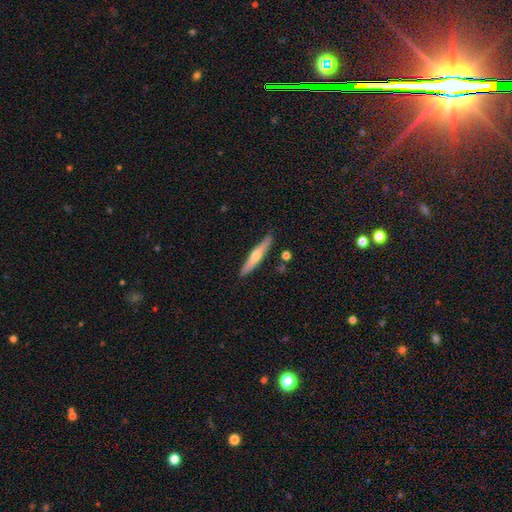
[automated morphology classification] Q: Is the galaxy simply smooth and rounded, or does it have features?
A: featured or disk — 54%.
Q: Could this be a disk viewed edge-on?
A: yes — 95%.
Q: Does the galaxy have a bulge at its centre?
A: rounded — 85%.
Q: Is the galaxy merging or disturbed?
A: none — 87%.